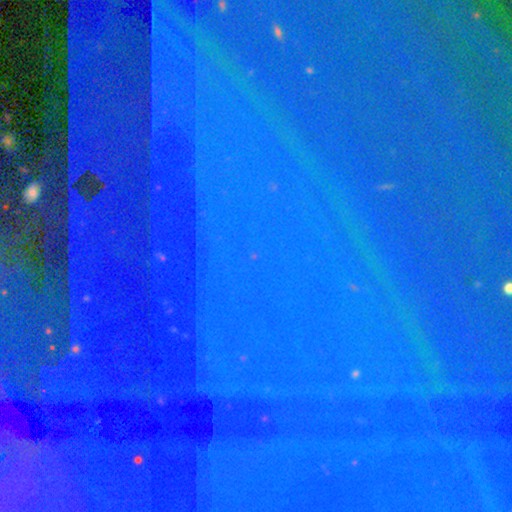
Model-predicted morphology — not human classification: A star or artifact, not a galaxy (85%).